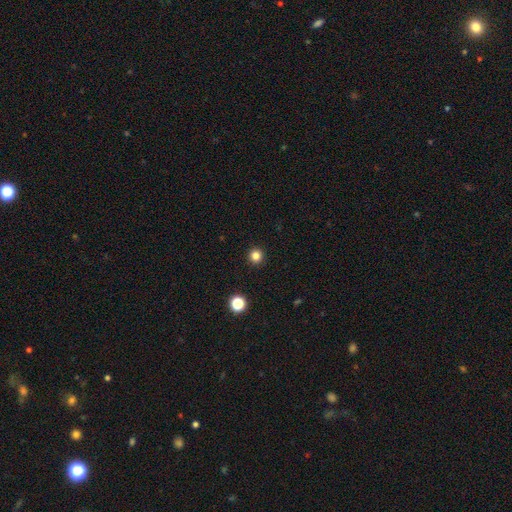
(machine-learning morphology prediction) type=smooth (82%); roundness=round (96%); merging=none (94%).